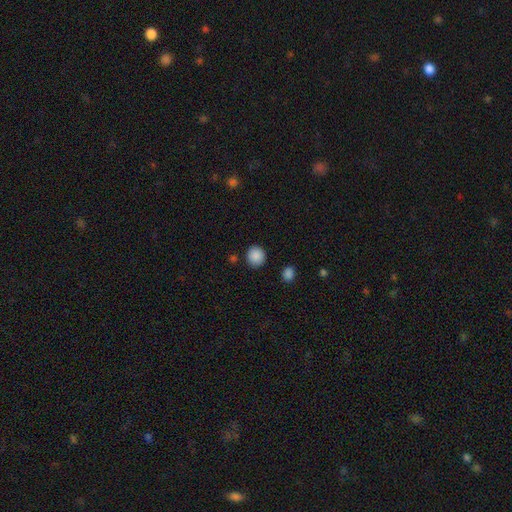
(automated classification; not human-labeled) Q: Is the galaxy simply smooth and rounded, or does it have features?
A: smooth — 88%.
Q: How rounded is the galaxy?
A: round — 91%.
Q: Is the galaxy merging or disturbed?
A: none — 89%.